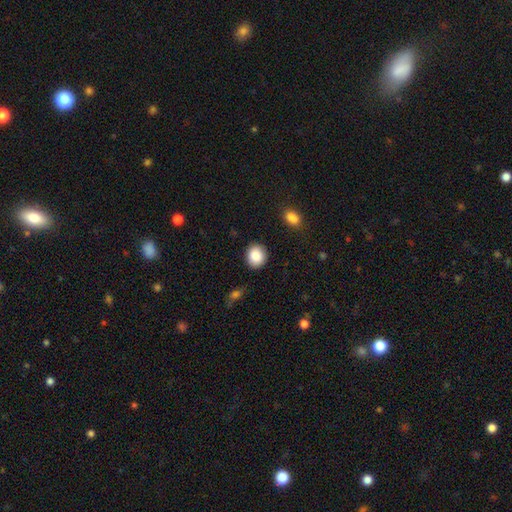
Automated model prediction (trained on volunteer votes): Smooth or featured? Predicted: smooth (p=0.88). How rounded? Predicted: round (p=0.72). Merging? Predicted: none (p=0.87).